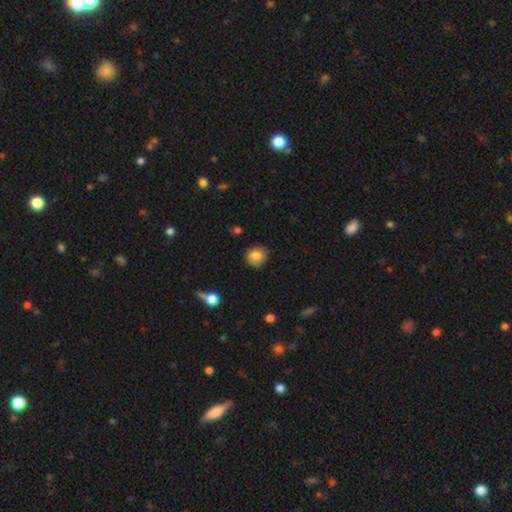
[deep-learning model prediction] smooth_or_featured: smooth (p=0.83) [alt: star or artifact p=0.09]
how_rounded: round (p=0.83) [alt: in between p=0.16]
merging: none (p=0.82) [alt: minor disturbance p=0.13]